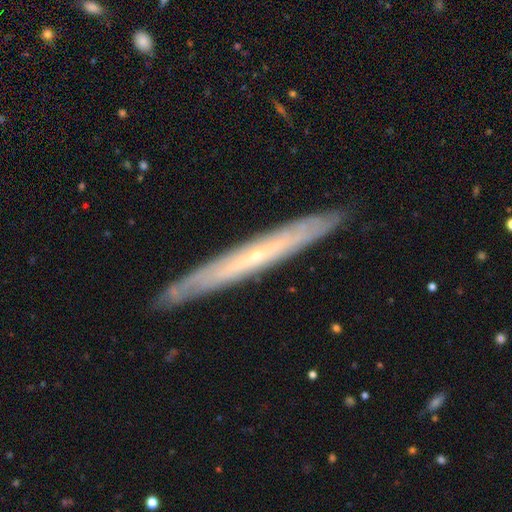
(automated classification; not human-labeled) Smooth or featured: featured or disk — 72% (smooth — 21%)
Edge-on disk: yes — 84% (no — 16%)
Edge-on bulge: none — 61% (rounded — 37%)
Merging: none — 88% (minor disturbance — 9%)